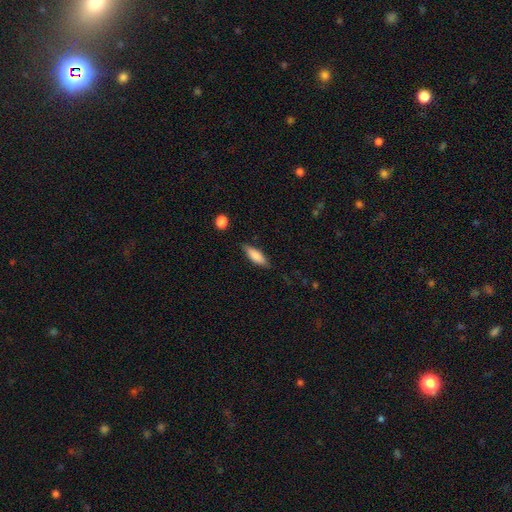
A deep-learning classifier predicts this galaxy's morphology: This is likely a smooth galaxy (79%). How rounded: possibly in between (53%). Merging: likely none (79%).